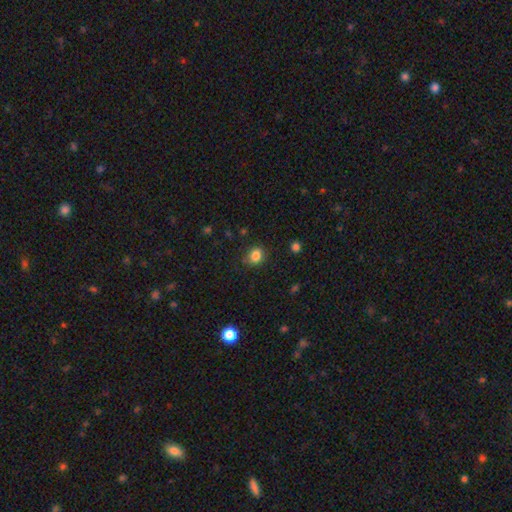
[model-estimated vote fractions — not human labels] Smooth or featured?
  - smooth: 84% *
  - star or artifact: 11%
  - featured or disk: 5%
How rounded?
  - round: 65% *
  - in between: 34%
  - cigar-shaped: 1%
Merging?
  - none: 83% *
  - minor disturbance: 12%
  - major disturbance: 3%
  - merger: 2%